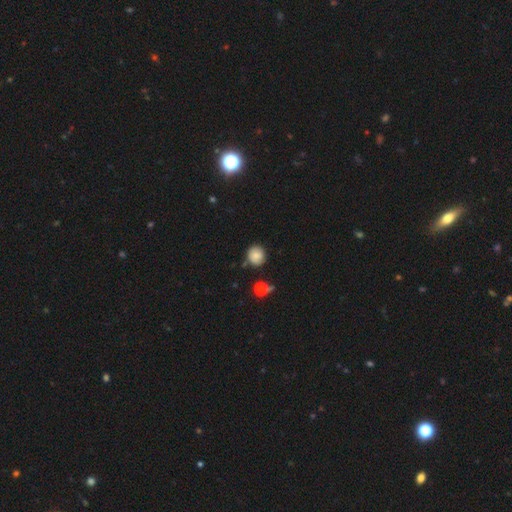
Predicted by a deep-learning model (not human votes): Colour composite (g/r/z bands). It shows a smooth galaxy with no disk features (78%) that is round (81%). Merging: none (75%).